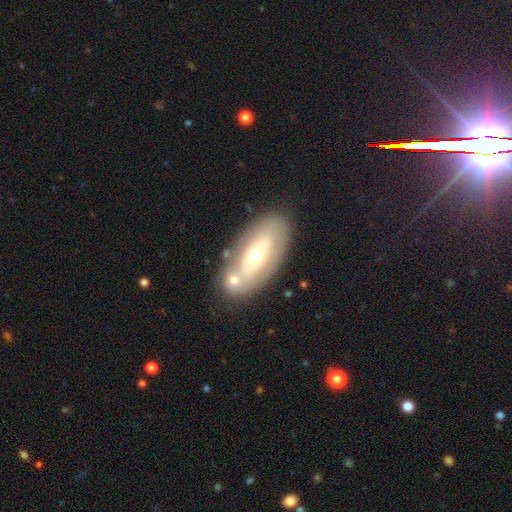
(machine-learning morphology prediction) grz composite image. It shows a featured or disk galaxy (47%). Merging: none (62%).